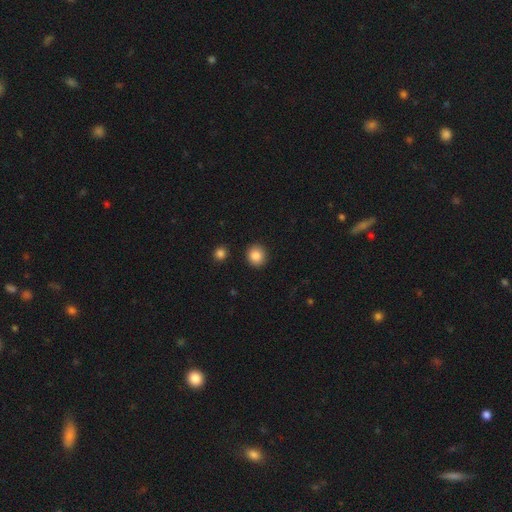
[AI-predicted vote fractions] Morphology: type=smooth (86%); roundness=round (86%); merging=none (91%).